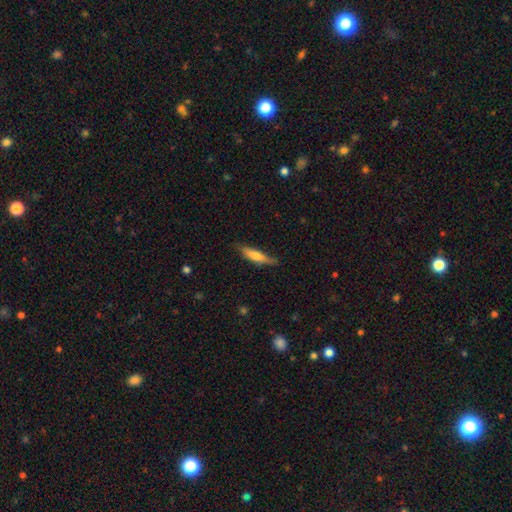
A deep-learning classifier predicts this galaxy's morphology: This is likely a smooth galaxy (61%). How rounded: likely cigar-shaped (77%). Merging: likely none (76%).